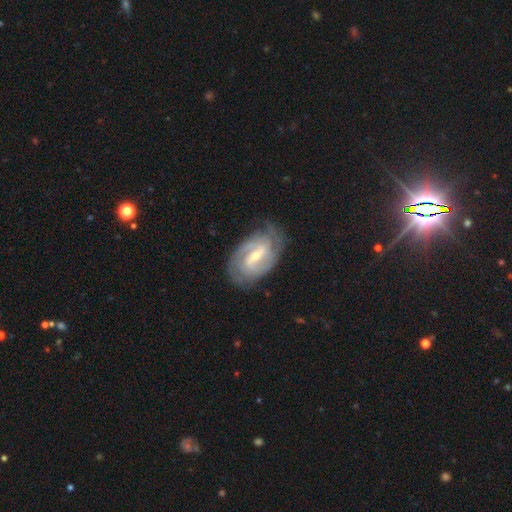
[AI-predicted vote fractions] Smooth or featured? featured or disk (87%)
Edge-on disk? no (96%)
Bar? weak (44%, tied with strong)
Spiral arms? yes (96%)
Spiral winding? tight (55%)
Spiral arm count? 2 (54%)
Bulge size? small (55%)
Merging? none (75%)